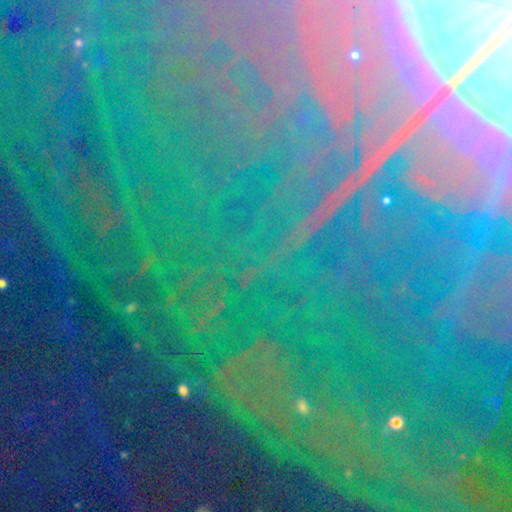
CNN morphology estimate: smooth_or_featured: star or artifact (p=0.83) [alt: featured or disk p=0.09]